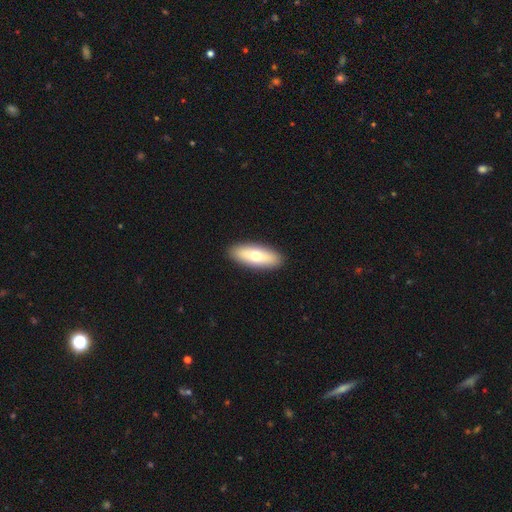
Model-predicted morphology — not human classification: Overall: smooth (66%; featured or disk 28%). How rounded: in between (68%; cigar-shaped 29%). Merging: none (91%).